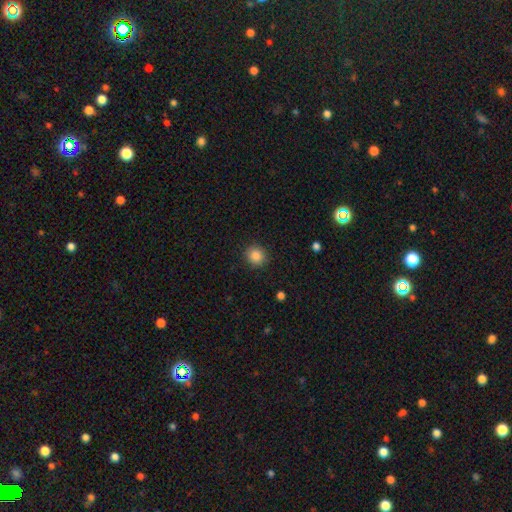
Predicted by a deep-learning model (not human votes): Smooth or featured: smooth — 87% (star or artifact — 10%)
How rounded: round — 87% (in between — 13%)
Merging: none — 90% (minor disturbance — 7%)